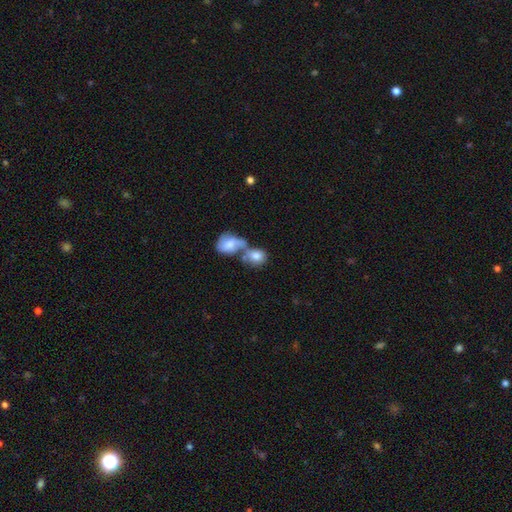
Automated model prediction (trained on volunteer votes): Smooth or featured: smooth — 75% (featured or disk — 18%)
How rounded: round — 62% (in between — 37%)
Merging: merger — 65% (none — 22%)